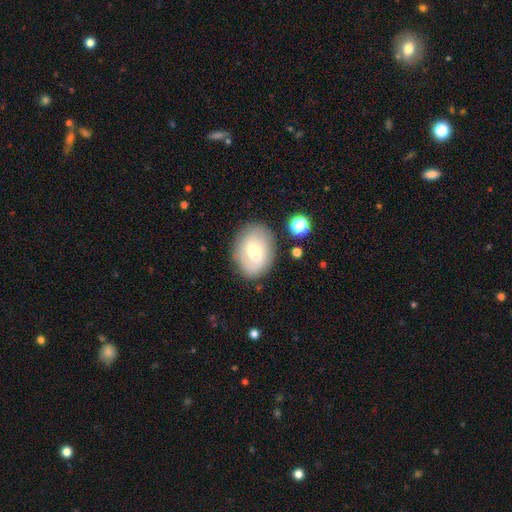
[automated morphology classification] Q: Smooth or featured?
A: smooth (52%); runner-up: featured or disk (39%)
Q: How rounded?
A: in between (75%); runner-up: round (24%)
Q: Merging?
A: none (74%); runner-up: minor disturbance (17%)